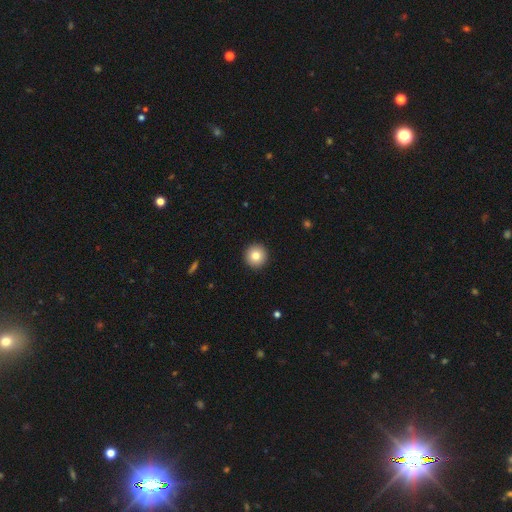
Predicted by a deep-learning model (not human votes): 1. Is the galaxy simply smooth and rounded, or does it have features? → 82% smooth, 9% star or artifact, 9% featured or disk.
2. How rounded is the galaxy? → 96% round, 3% in between, 1% cigar-shaped.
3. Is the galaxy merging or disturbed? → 93% none, 4% minor disturbance, 1% major disturbance, 1% merger.